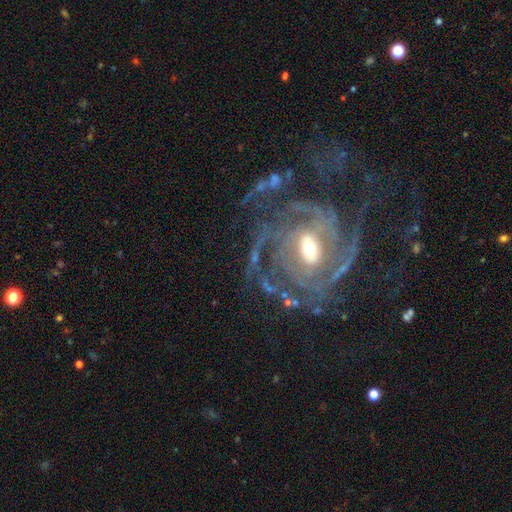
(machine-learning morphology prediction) A featured or disk galaxy (89%) with a weak bar (43%), can't tell (23%, tied with 3) tight (57%) spiral arms (97%) and a moderate central bulge (58%).

Vote fractions:
- Smooth or featured? featured or disk: 89% / star or artifact: 7% / smooth: 4%
- Edge-on disk? no: 97% / yes: 3%
- Bar? weak: 43% / strong: 29% / no: 28%
- Spiral arms? yes: 97% / no: 3%
- Spiral winding? tight: 57% / medium: 34% / loose: 9%
- Spiral arm count? can't tell: 23% (tied) / 3: 23% (tied) / 4: 20% / 2: 16% / more than 4: 11% / 1: 8%
- Bulge size? moderate: 58% / small: 34% / large: 6% / none: 1% / dominant: 1%
- Merging? none: 57% / major disturbance: 23% / minor disturbance: 18% / merger: 3%